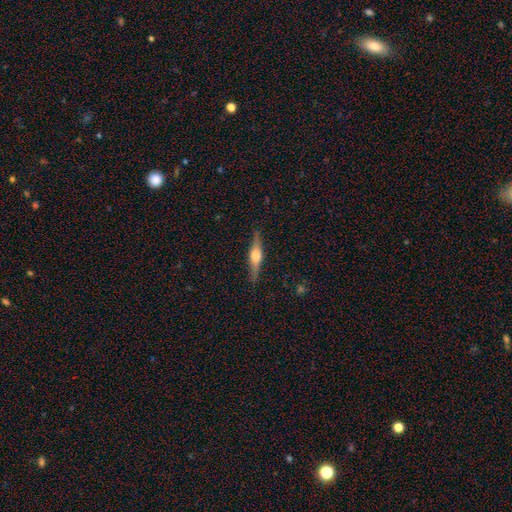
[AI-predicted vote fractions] featured or disk 68%, smooth 26%, star or artifact 6%. Down the decision tree: edge-on disk — yes (97%); edge-on bulge — rounded (89%); merging — none (88%).